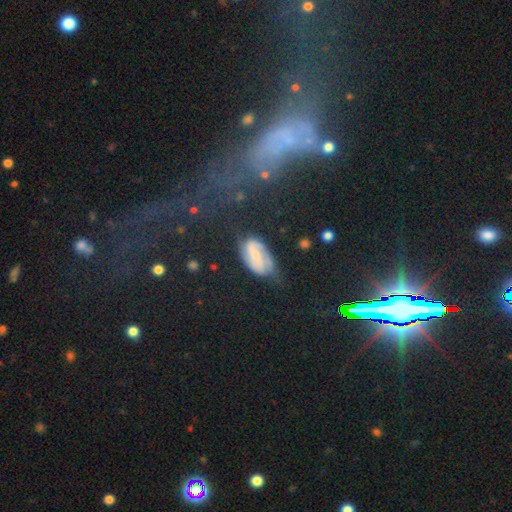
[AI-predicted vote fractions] This appears to be a featured or disk galaxy (57%) with a weak bar (42%), spiral arms (85%) and a small central bulge (64%). Merging: none (57%).